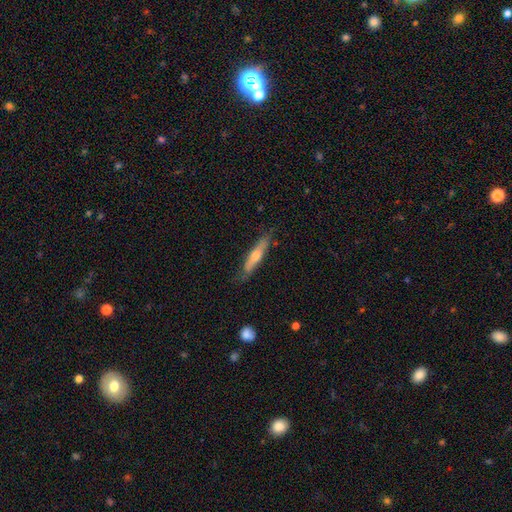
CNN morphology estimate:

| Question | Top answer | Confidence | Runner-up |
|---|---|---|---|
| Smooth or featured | smooth | 49% | featured or disk (45%) |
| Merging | none | 78% | minor disturbance (17%) |